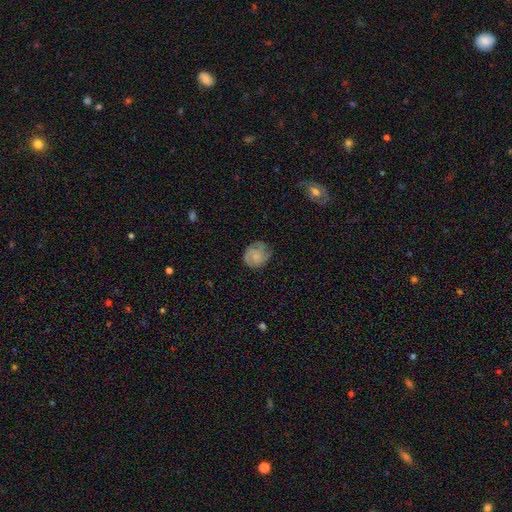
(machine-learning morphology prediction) Smooth or featured? Predicted: smooth (p=0.49). Merging? Predicted: none (p=0.68).